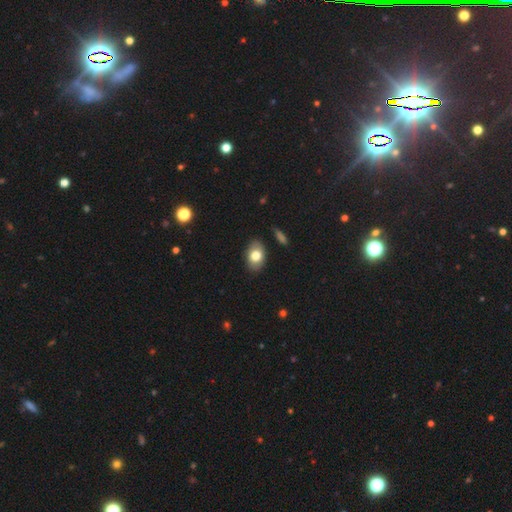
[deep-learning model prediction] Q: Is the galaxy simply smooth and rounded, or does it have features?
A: smooth — 76%.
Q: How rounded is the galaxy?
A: in between — 83%.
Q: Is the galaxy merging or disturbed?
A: none — 85%.